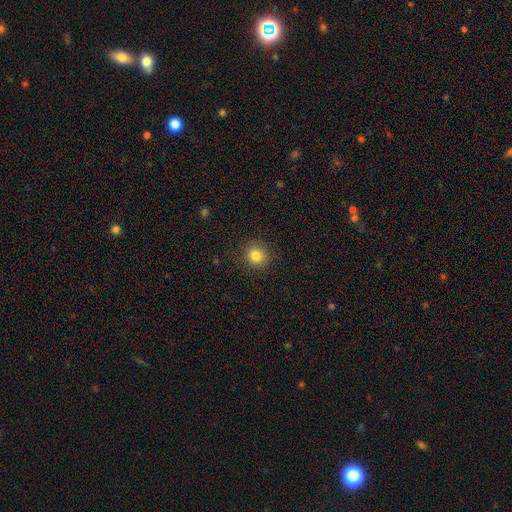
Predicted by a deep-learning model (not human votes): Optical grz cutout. It shows a smooth galaxy with no disk features (82%) that is round (91%). Merging: none (90%).